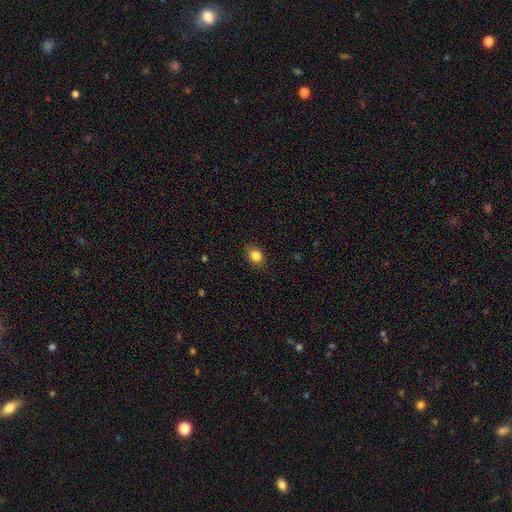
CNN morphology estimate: smooth-or-featured: smooth: 84% | star or artifact: 10% | featured or disk: 6%
  how-rounded: in between: 50% | round: 48% | cigar-shaped: 1%
  merging: none: 85% | minor disturbance: 12% | major disturbance: 2% | merger: 1%